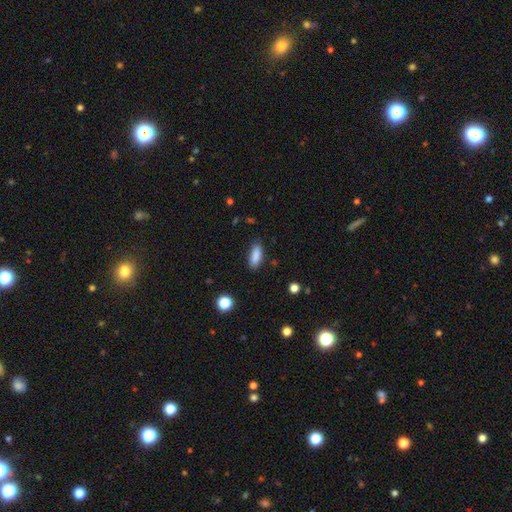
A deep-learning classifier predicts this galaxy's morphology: This appears to be a smooth galaxy with no disk features (87%) that is in between round and cigar-shaped (73%). Merging: none (84%).